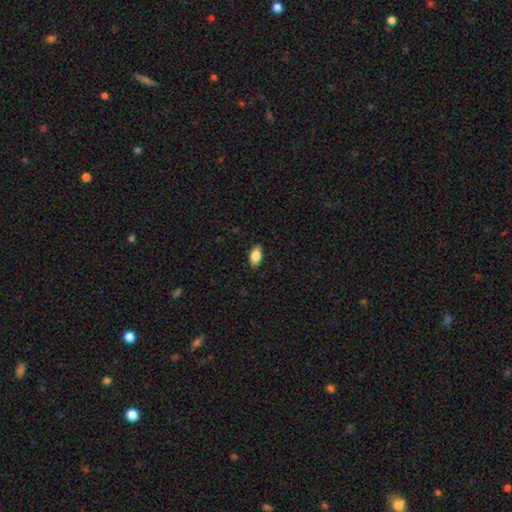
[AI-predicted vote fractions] smooth-or-featured: smooth: 84% | featured or disk: 9% | star or artifact: 7%
  how-rounded: in between: 92% | round: 4% | cigar-shaped: 3%
  merging: none: 88% | minor disturbance: 9% | major disturbance: 2% | merger: 1%